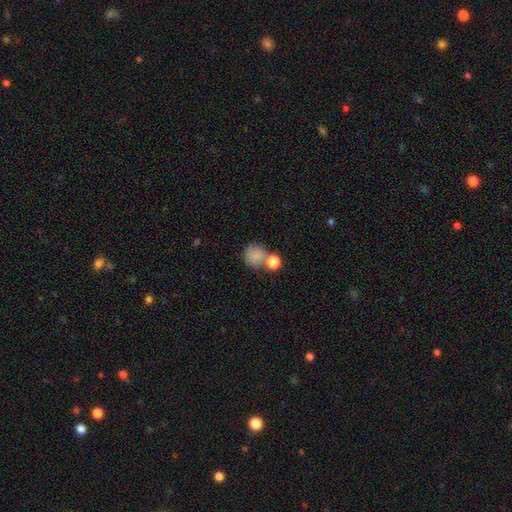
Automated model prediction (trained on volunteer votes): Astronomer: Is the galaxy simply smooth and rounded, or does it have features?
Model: smooth — 82%.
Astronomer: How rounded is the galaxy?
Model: round — 85%.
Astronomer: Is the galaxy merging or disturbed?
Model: none — 53% (runner-up: merger, 29%).